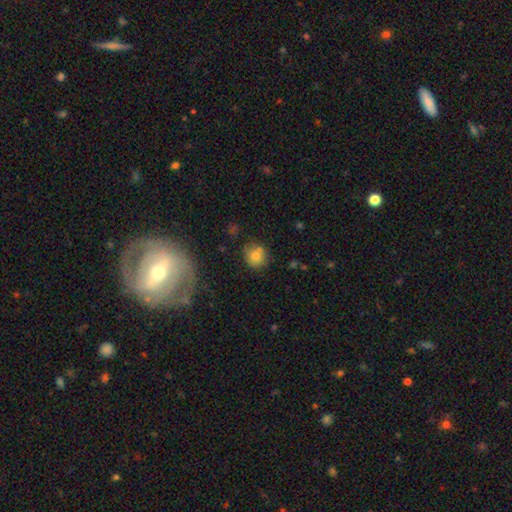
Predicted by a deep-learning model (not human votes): Smooth or featured?
  - smooth: 77% *
  - star or artifact: 12%
  - featured or disk: 12%
How rounded?
  - round: 87% *
  - in between: 12%
  - cigar-shaped: 1%
Merging?
  - none: 71% *
  - minor disturbance: 15%
  - merger: 11%
  - major disturbance: 4%